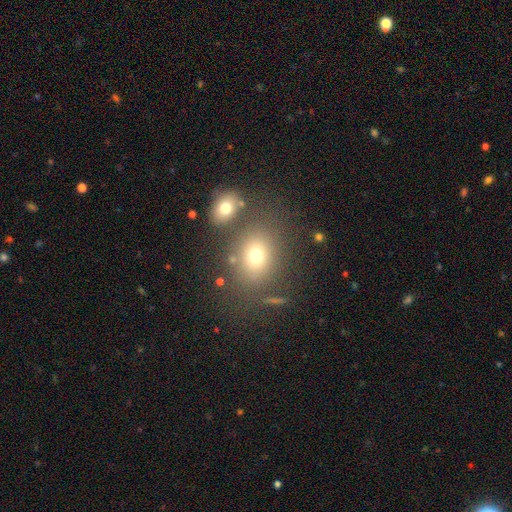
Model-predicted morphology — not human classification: The model was most divided on "how rounded": in between: 50%, round: 49%, cigar-shaped: 1%. More confident: merging — none (72%); smooth or featured — smooth (70%).